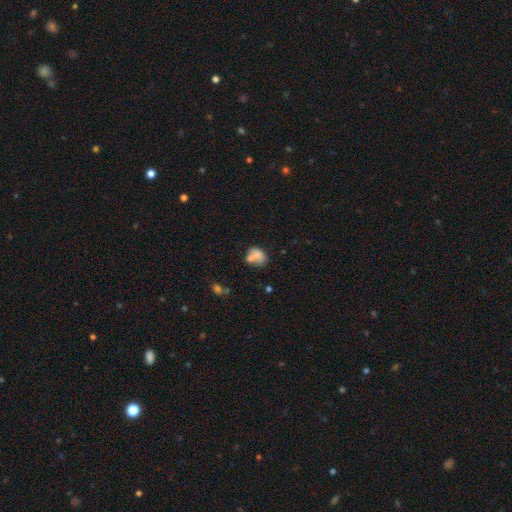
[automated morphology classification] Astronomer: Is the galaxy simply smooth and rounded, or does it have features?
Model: smooth — 67%.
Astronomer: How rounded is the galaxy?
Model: in between — 67%.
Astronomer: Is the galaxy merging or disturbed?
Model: merger — 49% (runner-up: none, 29%).